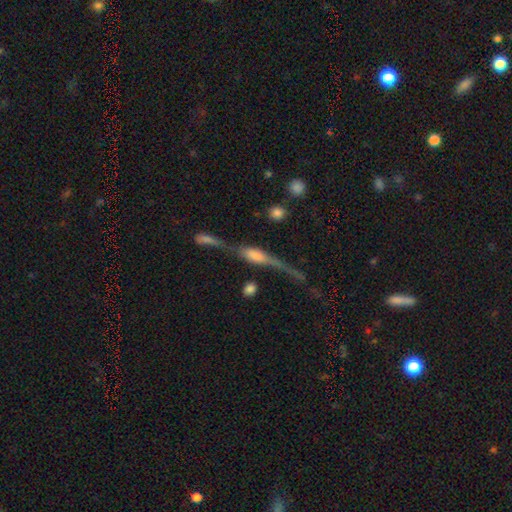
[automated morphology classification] Smooth or featured: featured or disk — 67% (smooth — 25%)
Edge-on disk: yes — 82% (no — 18%)
Edge-on bulge: rounded — 55% (boxy — 33%)
Merging: none — 42% (minor disturbance — 20%)